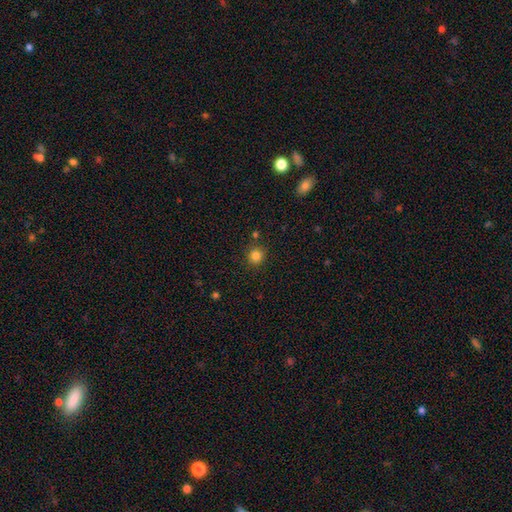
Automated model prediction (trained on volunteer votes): The model was most divided on "smooth or featured": smooth: 82%, star or artifact: 13%, featured or disk: 5%. More confident: how rounded — round (90%); merging — none (84%).